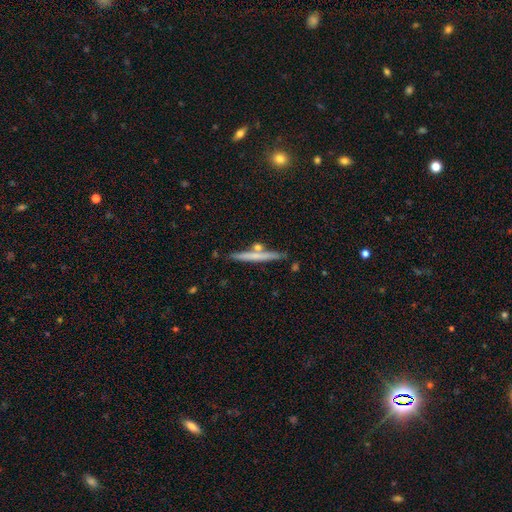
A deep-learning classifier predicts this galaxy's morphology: The model was most divided on "smooth or featured": smooth: 49%, featured or disk: 44%, star or artifact: 7%. More confident: merging — none (80%).